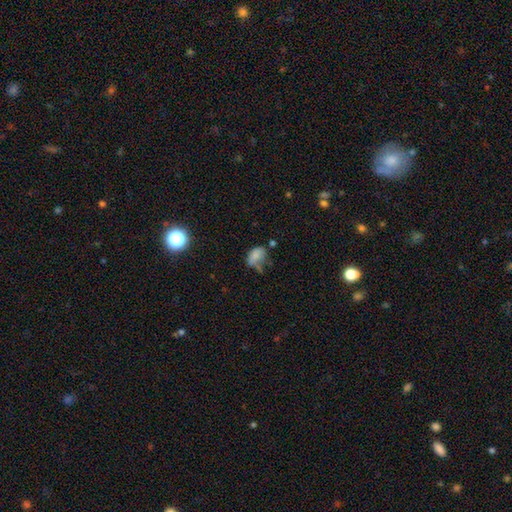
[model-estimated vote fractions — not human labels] smooth 76%, star or artifact 13%, featured or disk 12%. Down the decision tree: how rounded — in between (88%); merging — none (36%).